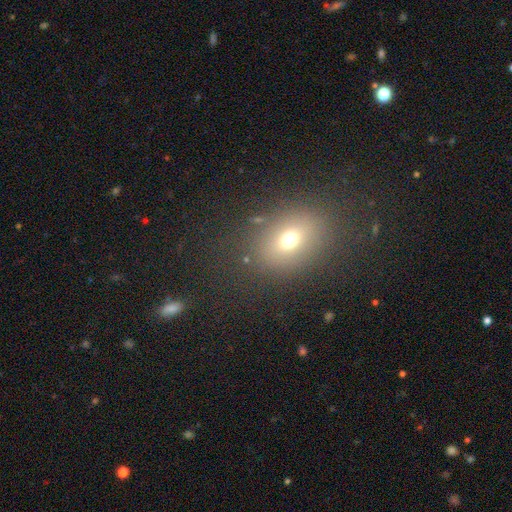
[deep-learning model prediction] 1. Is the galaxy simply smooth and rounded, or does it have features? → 63% smooth, 24% star or artifact, 13% featured or disk.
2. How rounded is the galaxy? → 63% in between, 35% round, 2% cigar-shaped.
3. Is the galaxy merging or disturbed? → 85% none, 9% minor disturbance, 4% major disturbance, 2% merger.